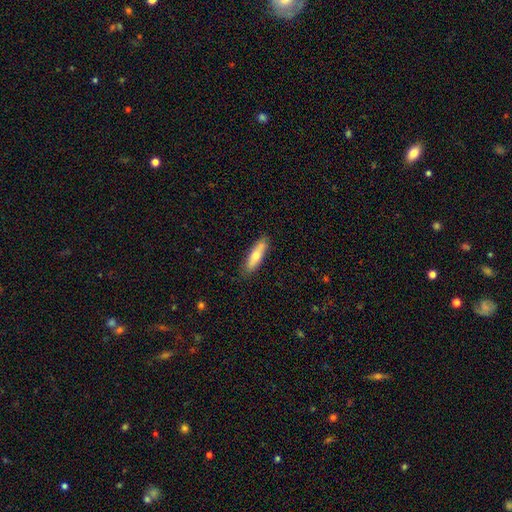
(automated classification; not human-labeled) smooth_or_featured: smooth (p=0.63) [alt: featured or disk p=0.31]
how_rounded: cigar-shaped (p=0.69) [alt: in between p=0.29]
merging: none (p=0.86) [alt: minor disturbance p=0.11]